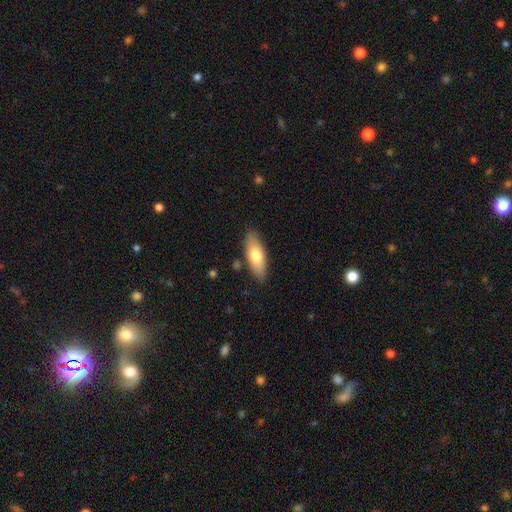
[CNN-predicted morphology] This is likely a smooth galaxy (70%). How rounded: likely in between (68%). Merging: clearly none (85%).